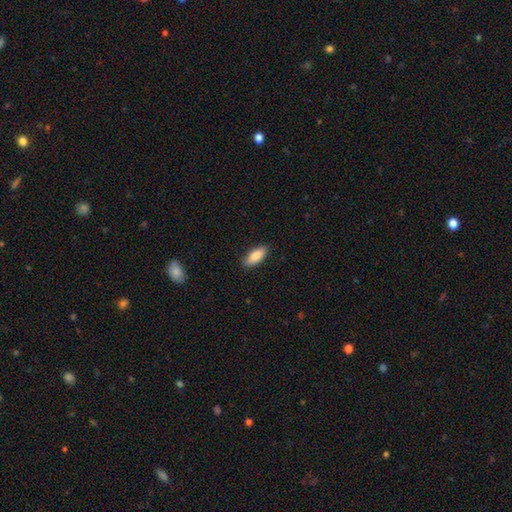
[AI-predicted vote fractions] smooth-or-featured: smooth: 85% | featured or disk: 9% | star or artifact: 6%
  how-rounded: in between: 80% | cigar-shaped: 18% | round: 2%
  merging: none: 87% | minor disturbance: 10% | major disturbance: 2% | merger: 1%